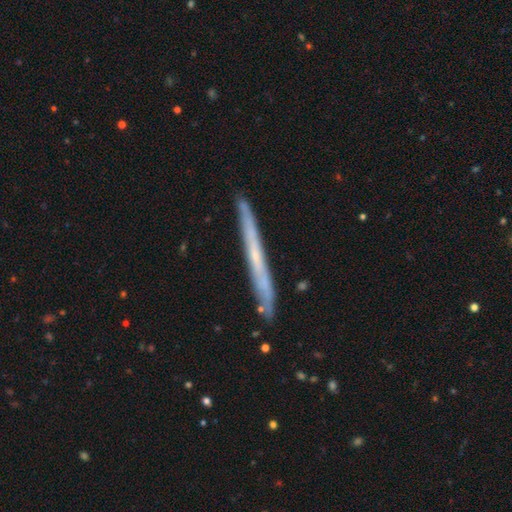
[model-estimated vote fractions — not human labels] Smooth or featured? Predicted: featured or disk (p=0.60). Edge-on disk? Predicted: yes (p=0.93). Edge-on bulge? Predicted: none (p=0.83). Merging? Predicted: none (p=0.86).